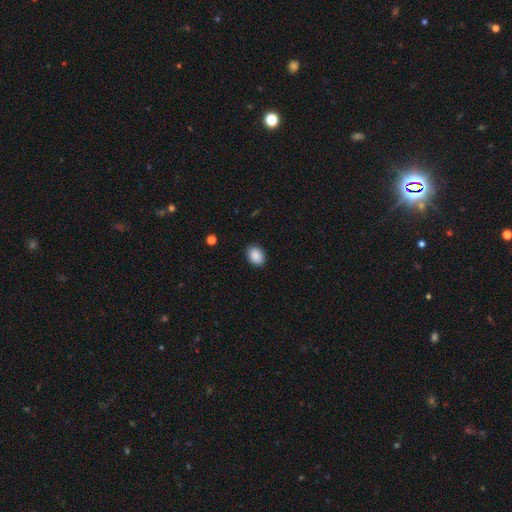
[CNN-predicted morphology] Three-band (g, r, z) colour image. It shows a smooth galaxy with no disk features (89%) that is in between round and cigar-shaped (79%). Merging: none (88%).